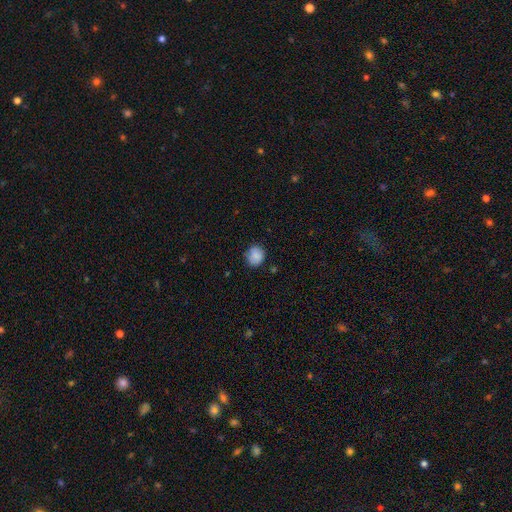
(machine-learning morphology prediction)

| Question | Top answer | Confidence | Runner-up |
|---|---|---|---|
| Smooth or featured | smooth | 86% | star or artifact (8%) |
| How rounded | round | 79% | in between (21%) |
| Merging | none | 79% | minor disturbance (16%) |